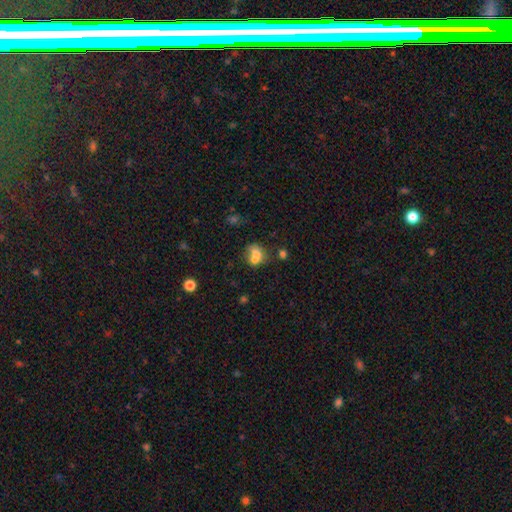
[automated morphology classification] type=smooth (68%); roundness=round (51%); merging=merger (60%).